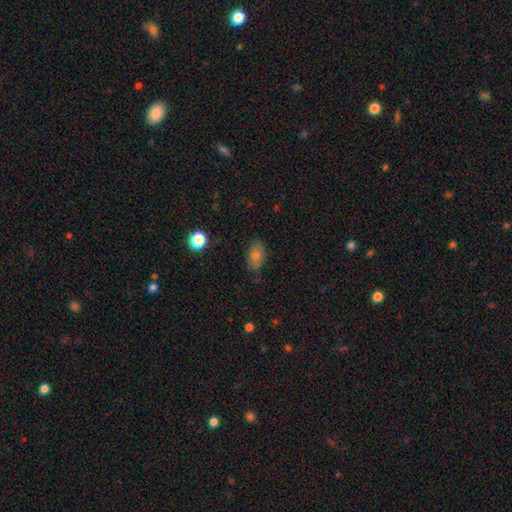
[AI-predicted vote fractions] Smooth or featured: smooth — 72% (featured or disk — 17%)
How rounded: in between — 85% (round — 12%)
Merging: none — 81% (minor disturbance — 15%)